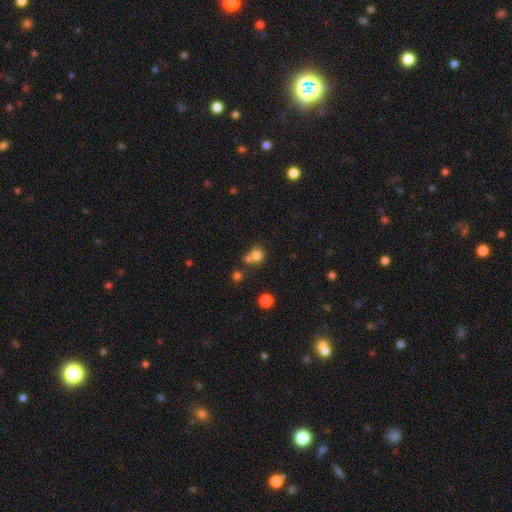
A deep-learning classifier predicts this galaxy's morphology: A smooth galaxy with no disk features (77%) that is round (84%). Merging: none (52%).